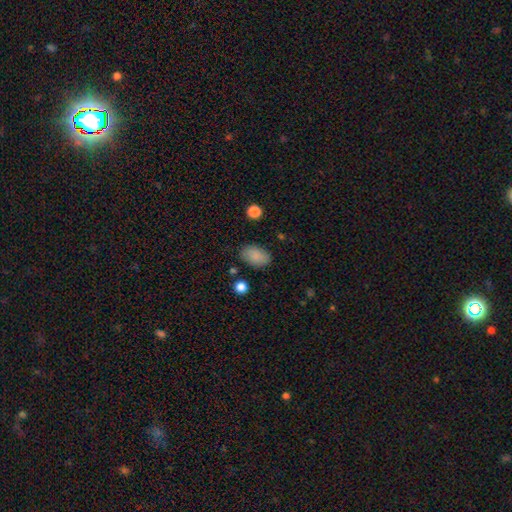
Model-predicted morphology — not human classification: Smooth or featured? smooth (88%)
How rounded? in between (90%)
Merging? none (84%)